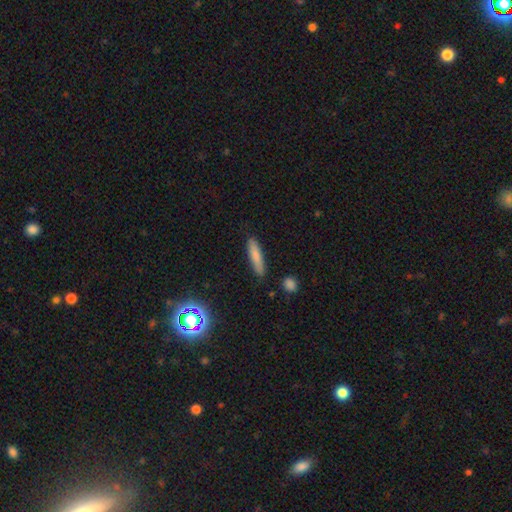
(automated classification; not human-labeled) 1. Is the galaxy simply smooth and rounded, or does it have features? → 79% smooth, 13% featured or disk, 8% star or artifact.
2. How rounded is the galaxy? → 84% cigar-shaped, 14% in between, 2% round.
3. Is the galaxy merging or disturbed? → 87% none, 9% minor disturbance, 2% major disturbance, 2% merger.